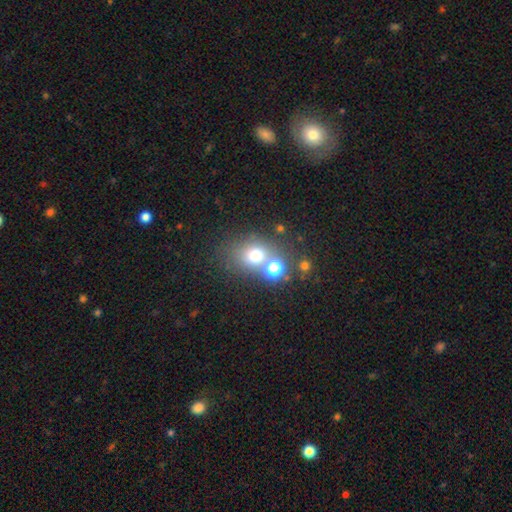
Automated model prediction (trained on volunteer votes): smooth_or_featured: smooth (p=0.67) [alt: star or artifact p=0.21]
how_rounded: round (p=0.69) [alt: in between p=0.30]
merging: none (p=0.58) [alt: merger p=0.26]